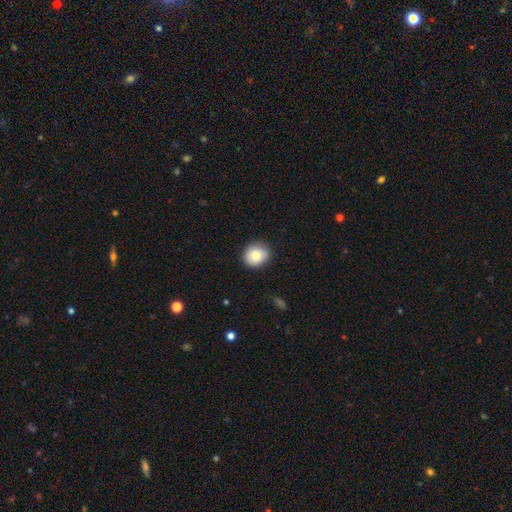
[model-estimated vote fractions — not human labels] The model was most divided on "how rounded": round: 72%, in between: 27%, cigar-shaped: 1%. More confident: merging — none (82%); smooth or featured — smooth (81%).